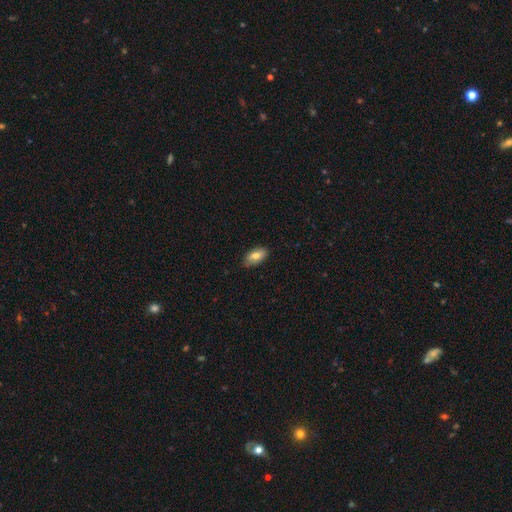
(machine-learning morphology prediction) A smooth galaxy with no disk features (78%) that is in between round and cigar-shaped (91%).

Vote fractions:
- Smooth or featured? smooth: 78% / featured or disk: 15% / star or artifact: 7%
- How rounded? in between: 91% / cigar-shaped: 6% / round: 3%
- Merging? none: 83% / minor disturbance: 14% / major disturbance: 2% / merger: 1%